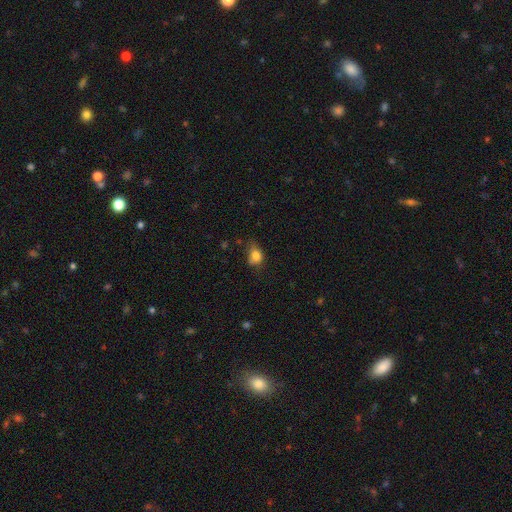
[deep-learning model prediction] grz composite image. It shows a smooth galaxy with no disk features (80%) that is in between round and cigar-shaped (58%). Merging: none (45%).